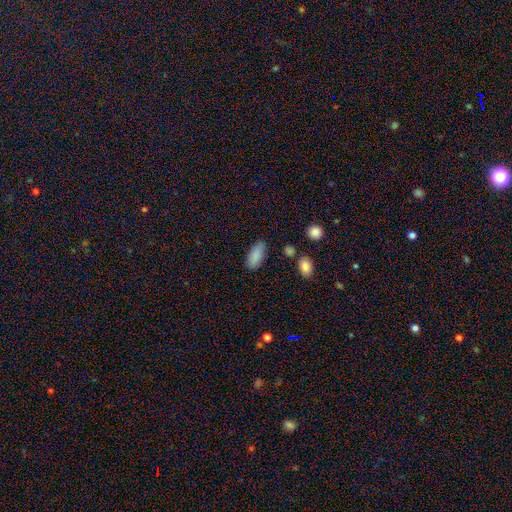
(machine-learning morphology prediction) smooth 87%, star or artifact 8%, featured or disk 5%. Down the decision tree: how rounded — in between (86%); merging — none (80%).